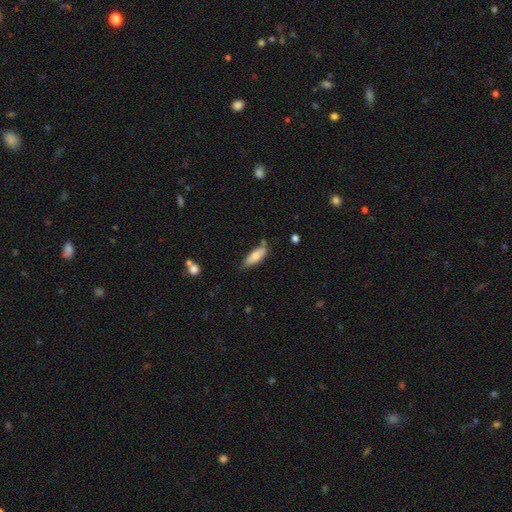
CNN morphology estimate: Smooth or featured? Predicted: smooth (p=0.78). How rounded? Predicted: in between (p=0.61). Merging? Predicted: none (p=0.67).